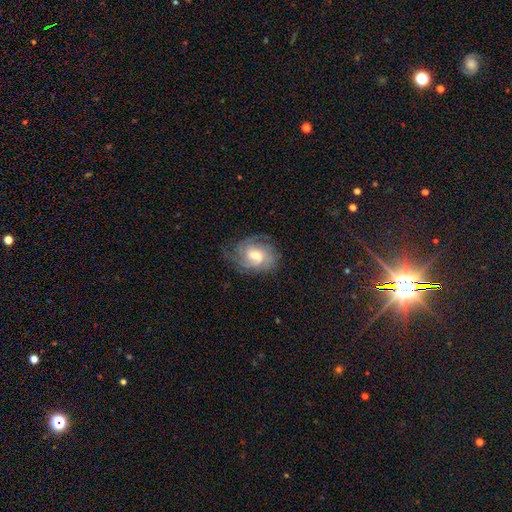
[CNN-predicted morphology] The model was most divided on "bar": weak: 46%, no: 45%, strong: 9%. Remaining: edge-on disk — no (97%); spiral arms — yes (95%); smooth or featured — featured or disk (80%); merging — none (71%); bulge size — moderate (66%); spiral winding — tight (59%); spiral arm count — can't tell (30%).